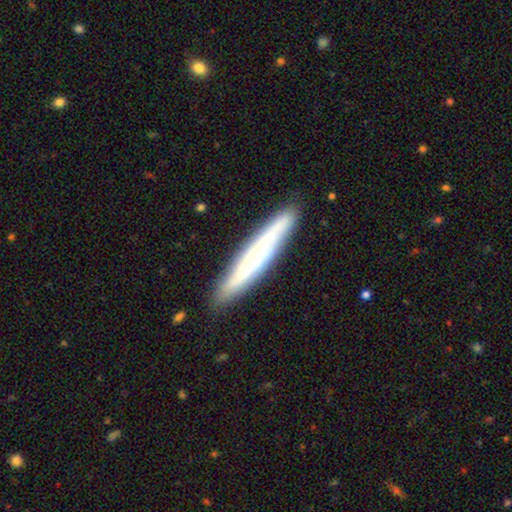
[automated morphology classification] A featured or disk galaxy (54%) viewed edge-on (76%).

Vote fractions:
- Smooth or featured? featured or disk: 54% / smooth: 39% / star or artifact: 7%
- Edge-on disk? yes: 76% / no: 24%
- Merging? none: 86% / minor disturbance: 10% / major disturbance: 2% / merger: 1%